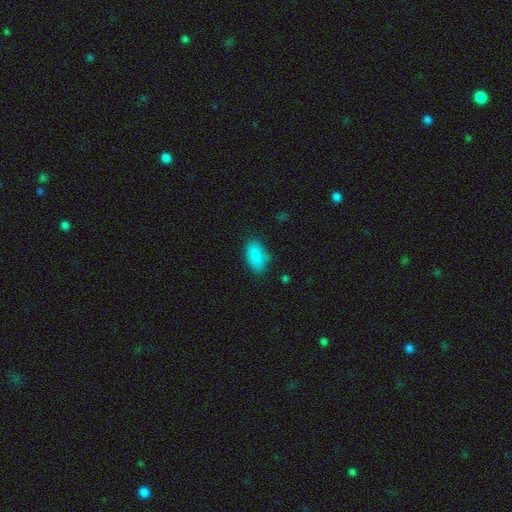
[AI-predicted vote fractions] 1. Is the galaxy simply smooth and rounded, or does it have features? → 88% smooth, 8% star or artifact, 4% featured or disk.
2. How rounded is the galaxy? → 92% in between, 4% round, 4% cigar-shaped.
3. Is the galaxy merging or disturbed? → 79% none, 16% minor disturbance, 4% major disturbance, 1% merger.